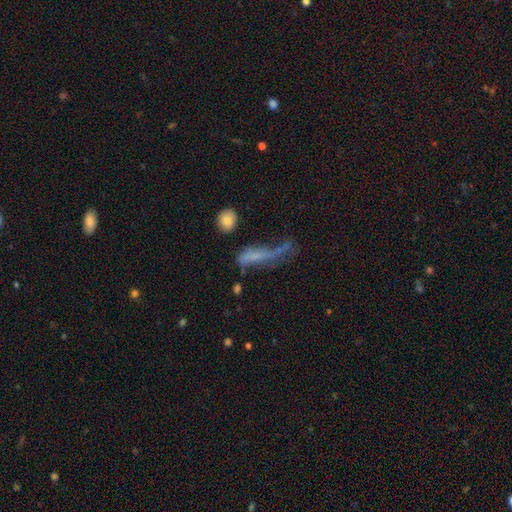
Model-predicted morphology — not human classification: A smooth galaxy with no disk features (48%).

Vote fractions:
- Smooth or featured? smooth: 48% / featured or disk: 35% / star or artifact: 17%
- Merging? major disturbance: 38% / none: 27% / minor disturbance: 20% / merger: 15%